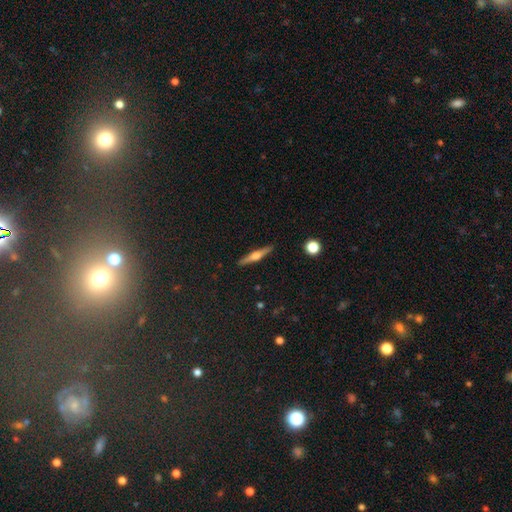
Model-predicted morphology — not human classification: Overall: featured or disk (66%; smooth 28%). Edge-on disk: yes (98%). Edge-on bulge: rounded (86%). Merging: none (91%).